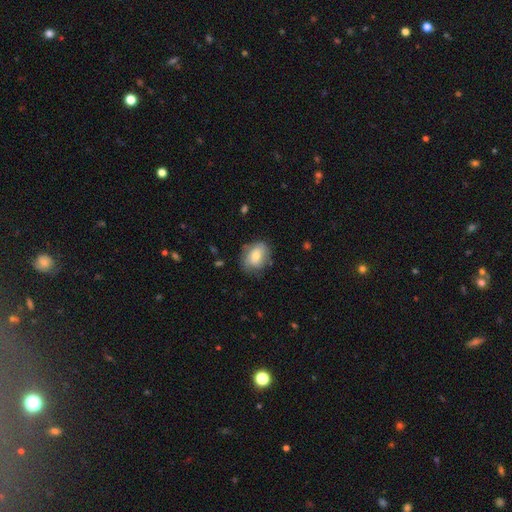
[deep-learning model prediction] smooth 63%, featured or disk 30%, star or artifact 8%. Down the decision tree: how rounded — in between (63%); merging — none (68%).